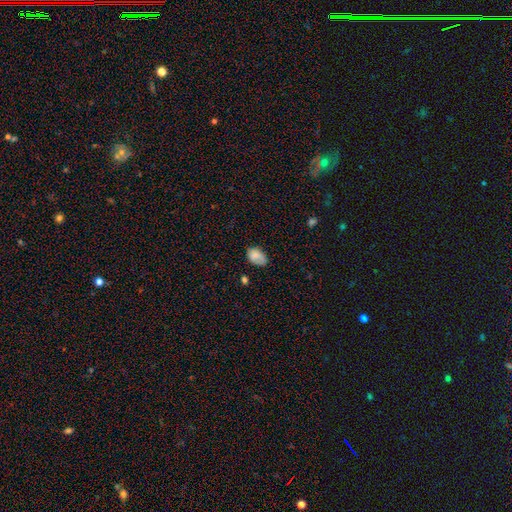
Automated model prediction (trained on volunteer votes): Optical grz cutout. It shows a smooth galaxy with no disk features (83%) that is in between round and cigar-shaped (87%). Merging: none (65%).